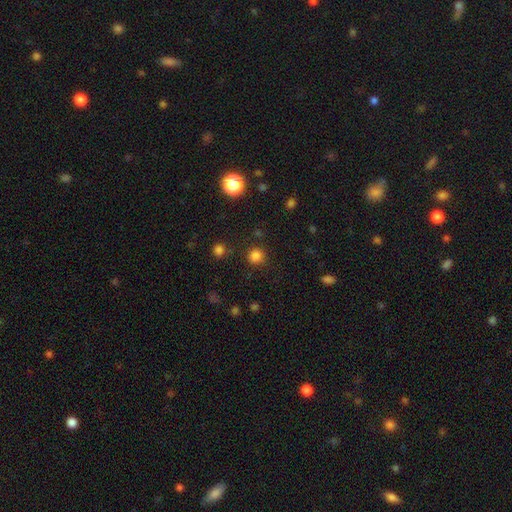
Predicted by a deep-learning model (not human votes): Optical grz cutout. It shows a smooth galaxy with no disk features (81%) that is round (92%). Merging: none (87%).